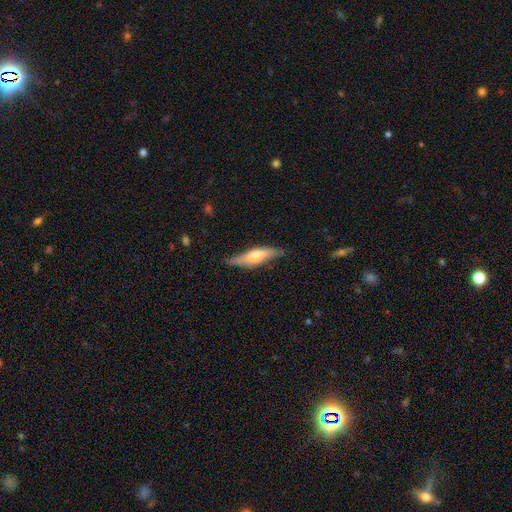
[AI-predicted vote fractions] This appears to be a featured or disk galaxy (49%). Merging: none (77%).